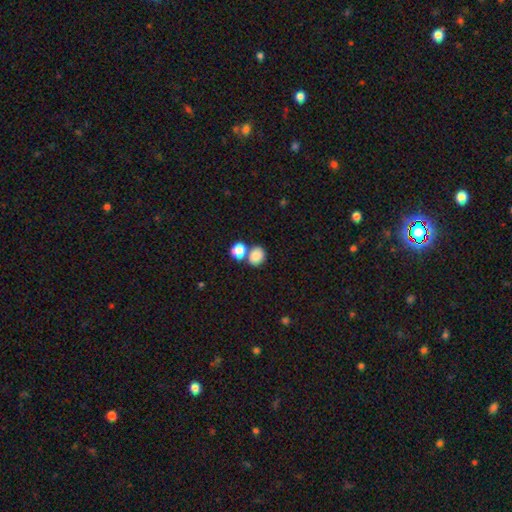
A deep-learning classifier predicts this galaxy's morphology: Smooth or featured? smooth (84%)
How rounded? round (59%)
Merging? none (50%)